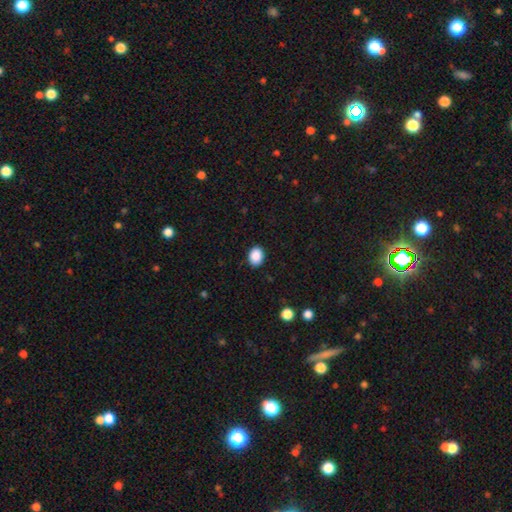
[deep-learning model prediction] The model was most divided on "how rounded": in between: 64%, round: 35%, cigar-shaped: 1%. More confident: smooth or featured — smooth (89%); merging — none (89%).